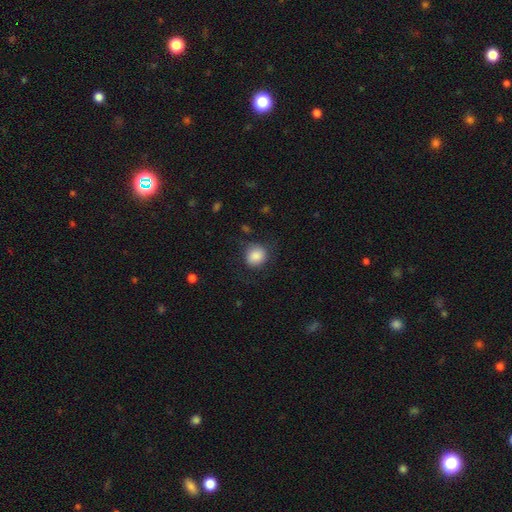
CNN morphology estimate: Smooth or featured: smooth — 86% (star or artifact — 8%)
How rounded: round — 81% (in between — 18%)
Merging: none — 73% (minor disturbance — 17%)